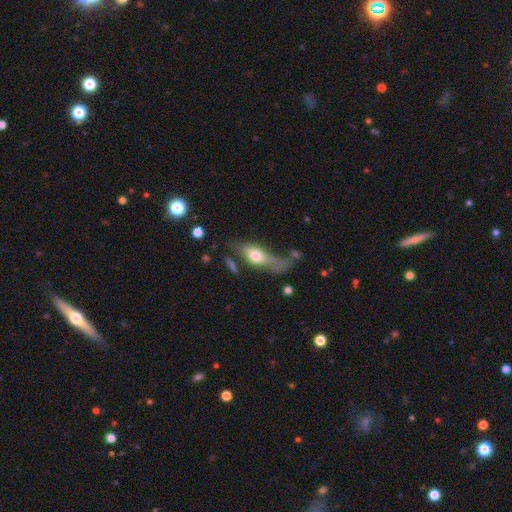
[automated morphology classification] This appears to be a smooth galaxy with no disk features (56%) that is in between round and cigar-shaped (65%). Merging: major disturbance (34%).